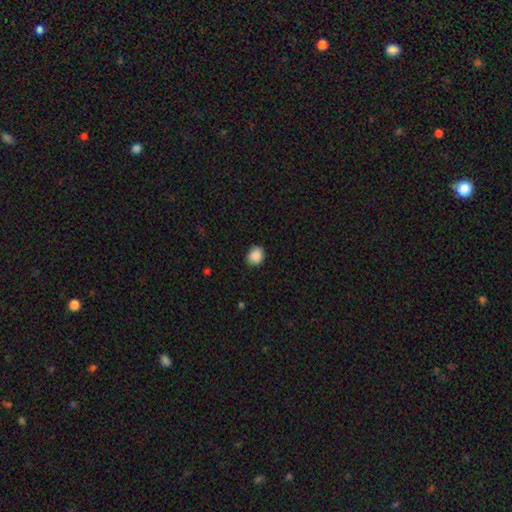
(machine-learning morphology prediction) smooth 89%, star or artifact 8%, featured or disk 3%. Down the decision tree: how rounded — round (67%); merging — none (86%).